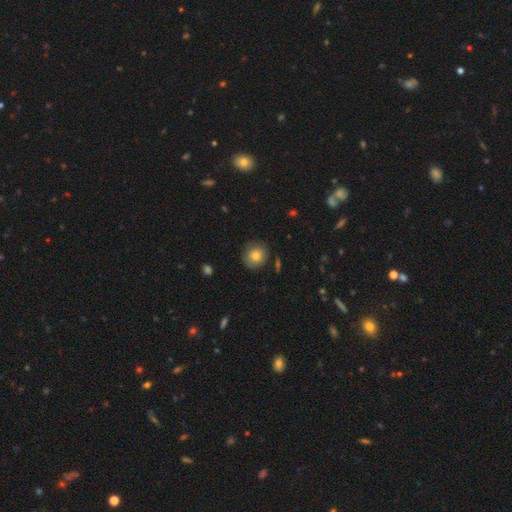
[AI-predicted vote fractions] smooth-or-featured: smooth: 76% | featured or disk: 15% | star or artifact: 10%
  how-rounded: round: 81% | in between: 18% | cigar-shaped: 1%
  merging: none: 81% | minor disturbance: 14% | major disturbance: 3% | merger: 2%